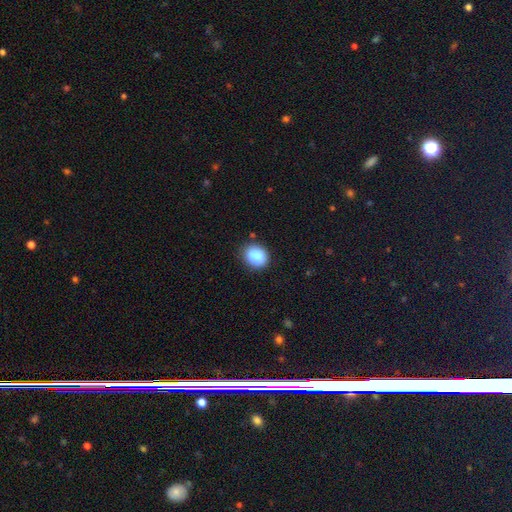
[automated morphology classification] The model was most divided on "how rounded": round: 56%, in between: 43%, cigar-shaped: 1%. More confident: smooth or featured — smooth (87%); merging — none (84%).